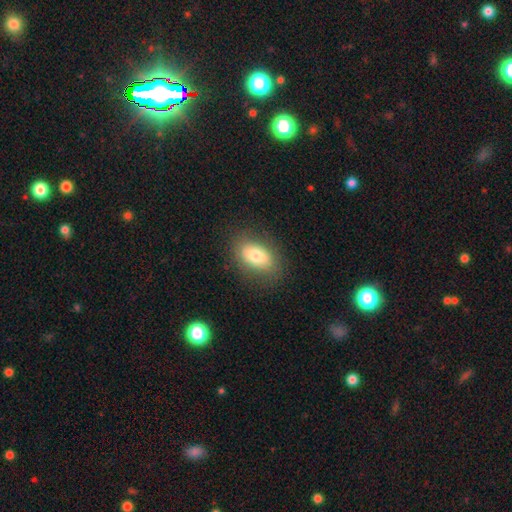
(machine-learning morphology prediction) A smooth galaxy with no disk features (76%) that is in between round and cigar-shaped (86%).

Vote fractions:
- Smooth or featured? smooth: 76% / featured or disk: 16% / star or artifact: 8%
- How rounded? in between: 86% / round: 12% / cigar-shaped: 2%
- Merging? none: 80% / minor disturbance: 14% / major disturbance: 5% / merger: 1%